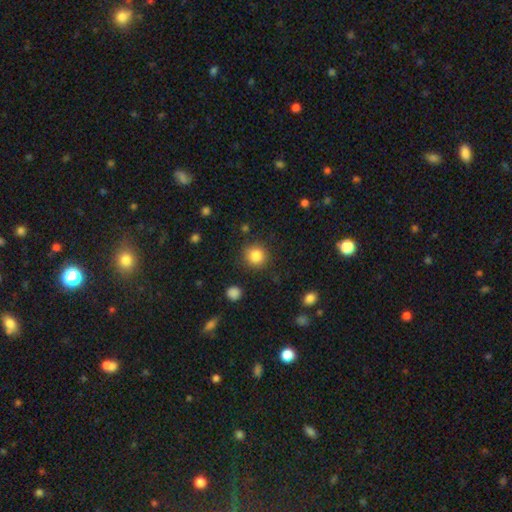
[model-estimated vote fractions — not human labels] Smooth or featured? Predicted: smooth (p=0.84). How rounded? Predicted: round (p=0.93). Merging? Predicted: none (p=0.88).